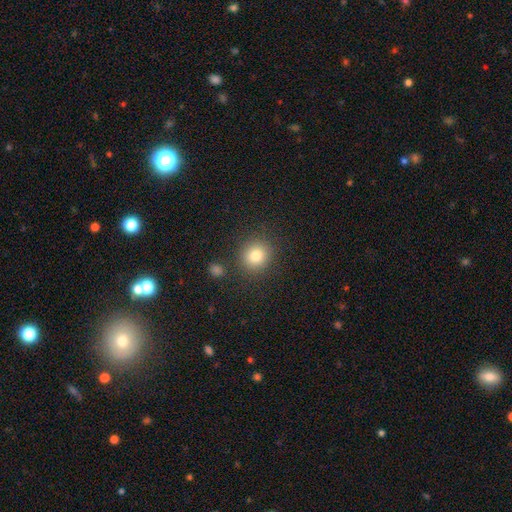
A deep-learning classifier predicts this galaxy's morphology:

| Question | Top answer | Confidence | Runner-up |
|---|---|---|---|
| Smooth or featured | smooth | 81% | star or artifact (12%) |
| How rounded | round | 85% | in between (14%) |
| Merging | none | 85% | minor disturbance (8%) |